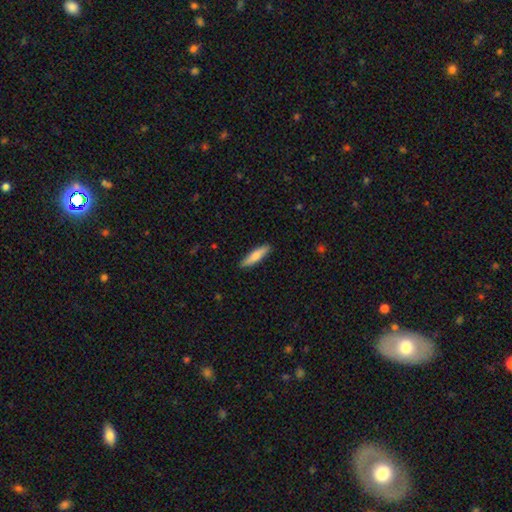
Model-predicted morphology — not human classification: A smooth galaxy with no disk features (74%) that is cigar-shaped (79%).

Vote fractions:
- Smooth or featured? smooth: 74% / featured or disk: 21% / star or artifact: 5%
- How rounded? cigar-shaped: 79% / in between: 20% / round: 2%
- Merging? none: 89% / minor disturbance: 8% / major disturbance: 2% / merger: 1%